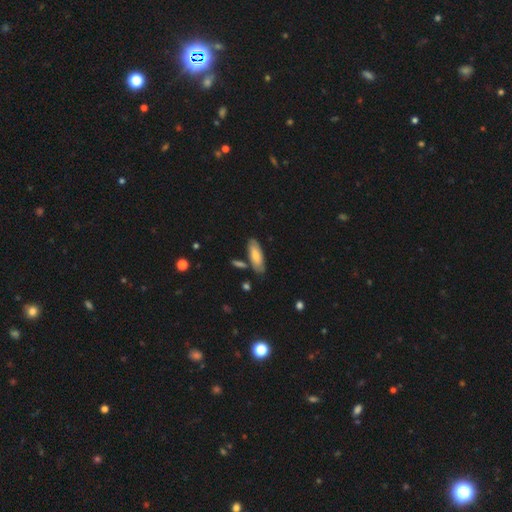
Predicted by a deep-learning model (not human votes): This appears to be a smooth galaxy with no disk features (72%) that is in between round and cigar-shaped (67%). Merging: none (77%).